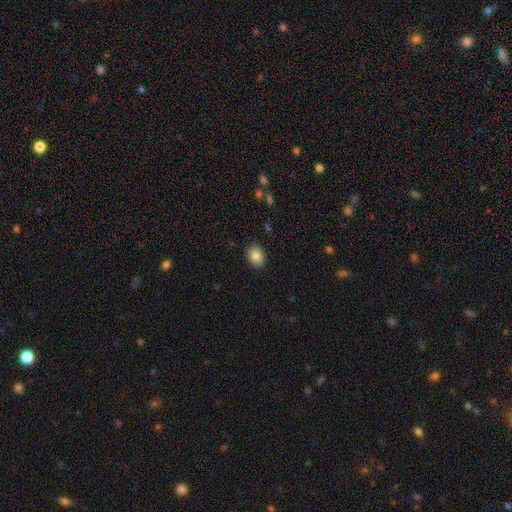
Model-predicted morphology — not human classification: Q: Smooth or featured?
A: smooth (84%); runner-up: star or artifact (8%)
Q: How rounded?
A: in between (62%); runner-up: round (37%)
Q: Merging?
A: none (90%); runner-up: minor disturbance (7%)